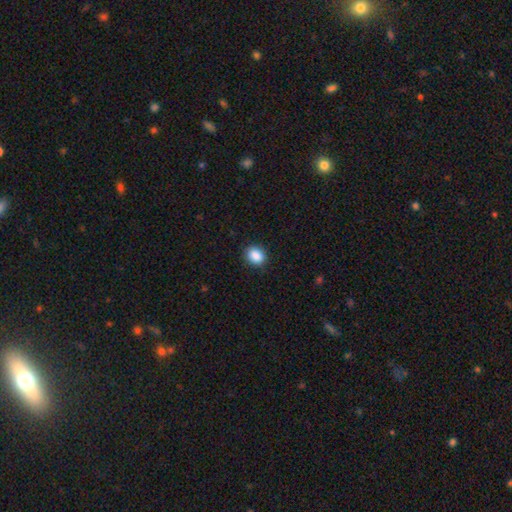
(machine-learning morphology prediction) smooth 89%, star or artifact 9%, featured or disk 3%. Down the decision tree: how rounded — round (52%); merging — none (89%).